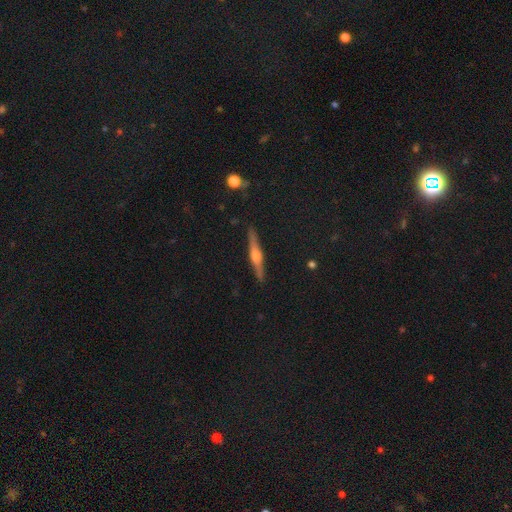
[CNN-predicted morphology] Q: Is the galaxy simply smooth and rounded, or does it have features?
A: featured or disk — 74%.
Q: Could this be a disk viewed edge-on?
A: yes — 98%.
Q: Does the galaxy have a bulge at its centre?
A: rounded — 92%.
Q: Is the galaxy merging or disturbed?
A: none — 91%.